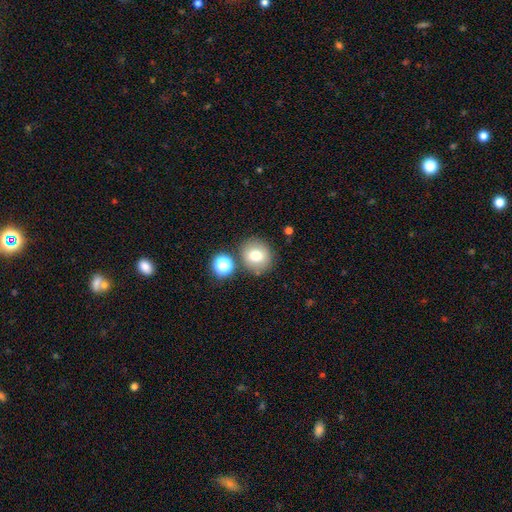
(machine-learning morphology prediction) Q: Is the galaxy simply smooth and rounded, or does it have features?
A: smooth — 75%.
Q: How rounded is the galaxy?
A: round — 82%.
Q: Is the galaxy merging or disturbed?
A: none — 76%.